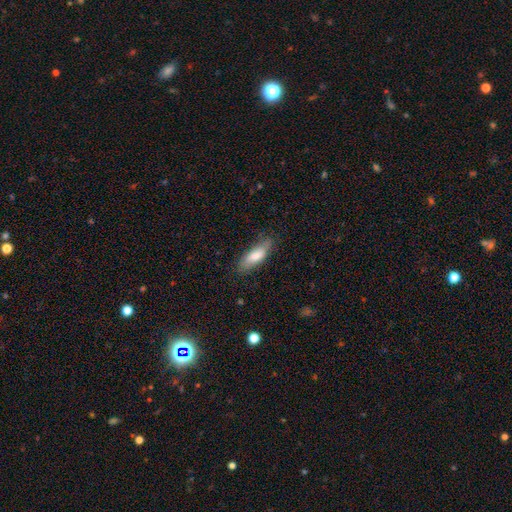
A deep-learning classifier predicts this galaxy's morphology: Smooth or featured? smooth (78%)
How rounded? in between (59%)
Merging? none (76%)